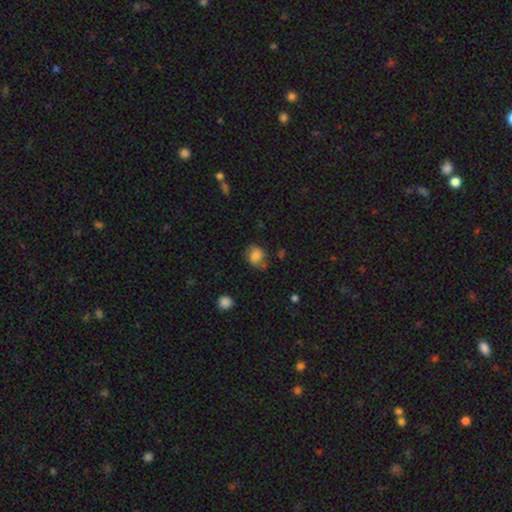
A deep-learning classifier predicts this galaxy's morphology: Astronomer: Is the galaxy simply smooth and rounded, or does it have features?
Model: smooth — 75%.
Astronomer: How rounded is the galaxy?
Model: round — 62% (runner-up: in between, 37%).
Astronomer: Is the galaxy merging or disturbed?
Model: none — 64%.